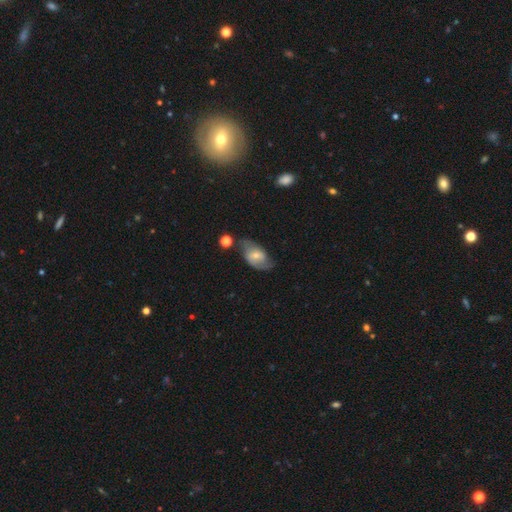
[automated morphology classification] featured or disk 56%, smooth 36%, star or artifact 8%. Down the decision tree: edge-on disk — no (93%); bar — weak (43%); spiral arms — yes (76%); bulge size — small (52%); merging — none (57%).